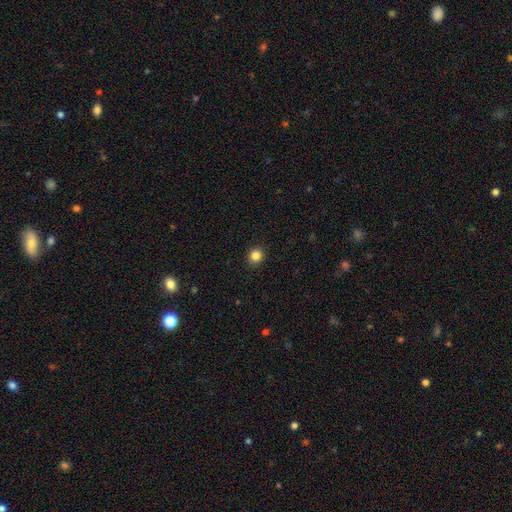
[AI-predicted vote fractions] A smooth galaxy with no disk features (84%) that is round (89%).

Vote fractions:
- Smooth or featured? smooth: 84% / star or artifact: 12% / featured or disk: 4%
- How rounded? round: 89% / in between: 10% / cigar-shaped: 1%
- Merging? none: 92% / minor disturbance: 5% / major disturbance: 2% / merger: 1%